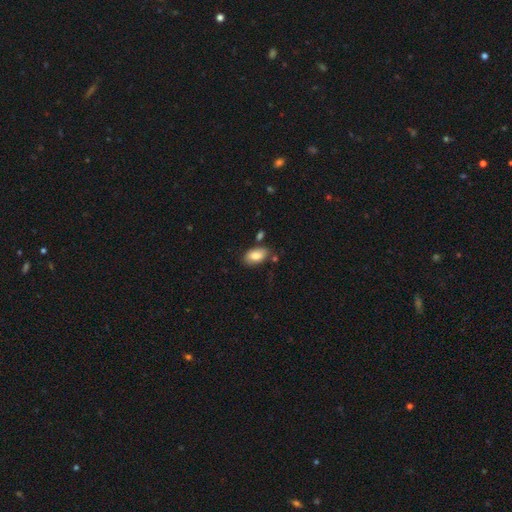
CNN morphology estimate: This appears to be a smooth galaxy with no disk features (80%) that is in between round and cigar-shaped (94%). Merging: none (76%).